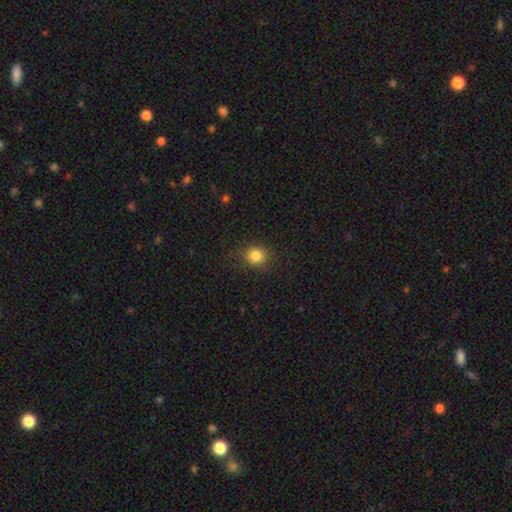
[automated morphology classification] This appears to be a smooth galaxy with no disk features (83%) that is round (81%). Merging: none (86%).